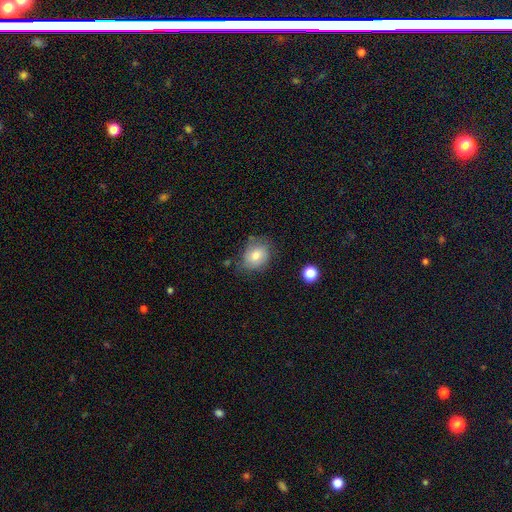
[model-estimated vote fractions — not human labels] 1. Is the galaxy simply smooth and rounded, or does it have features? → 74% smooth, 16% featured or disk, 10% star or artifact.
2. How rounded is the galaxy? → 52% round, 47% in between, 1% cigar-shaped.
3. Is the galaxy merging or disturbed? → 67% none, 24% minor disturbance, 6% major disturbance, 3% merger.